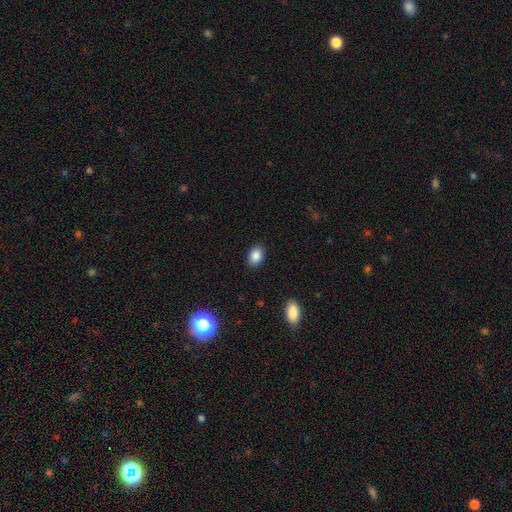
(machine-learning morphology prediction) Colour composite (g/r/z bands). It shows a smooth galaxy with no disk features (87%) that is in between round and cigar-shaped (78%). Merging: none (88%).